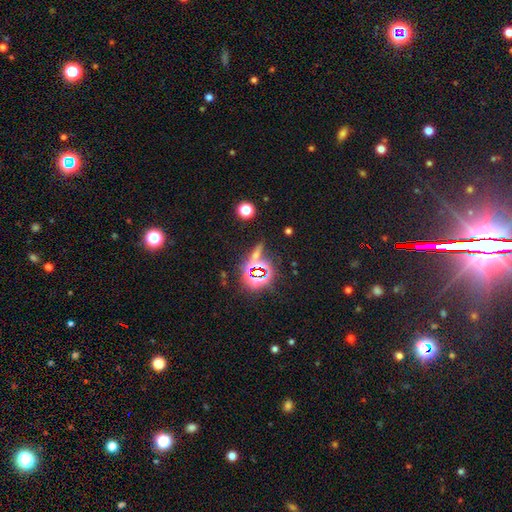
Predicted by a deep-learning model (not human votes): Morphology: type=star or artifact (63%).